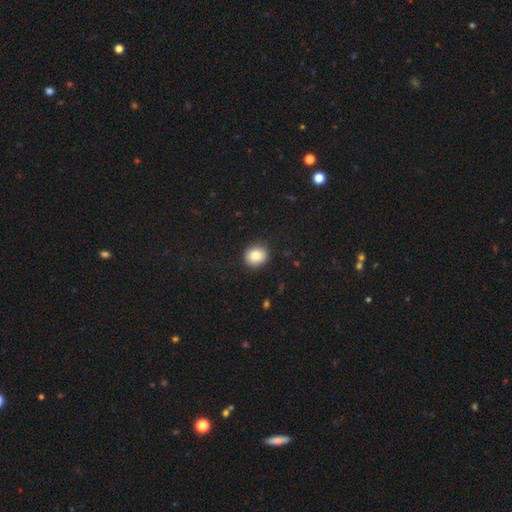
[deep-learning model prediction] smooth_or_featured: smooth (p=0.86) [alt: star or artifact p=0.09]
how_rounded: round (p=0.80) [alt: in between p=0.20]
merging: none (p=0.90) [alt: minor disturbance p=0.07]